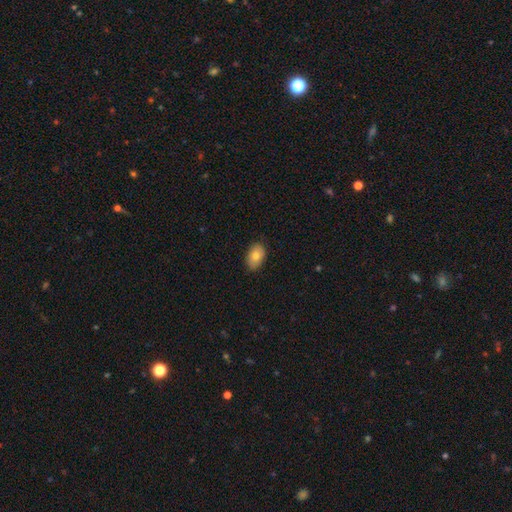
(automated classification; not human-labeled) Smooth or featured: smooth — 78% (featured or disk — 14%)
How rounded: in between — 88% (round — 10%)
Merging: none — 85% (minor disturbance — 12%)